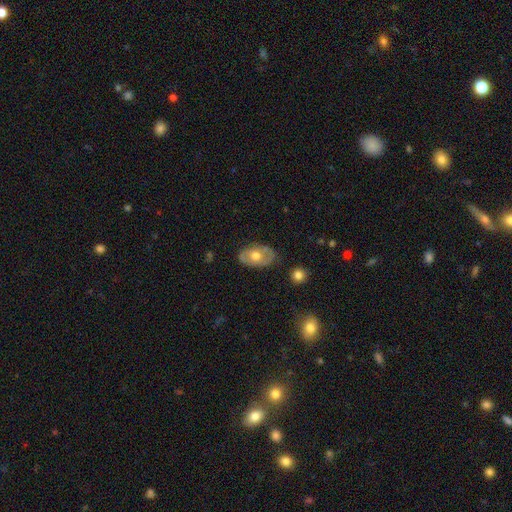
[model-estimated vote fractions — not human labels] Smooth or featured?
  - smooth: 47% * (tied)
  - featured or disk: 47% * (tied)
  - star or artifact: 6%
Merging?
  - none: 75% *
  - minor disturbance: 18%
  - major disturbance: 4%
  - merger: 2%